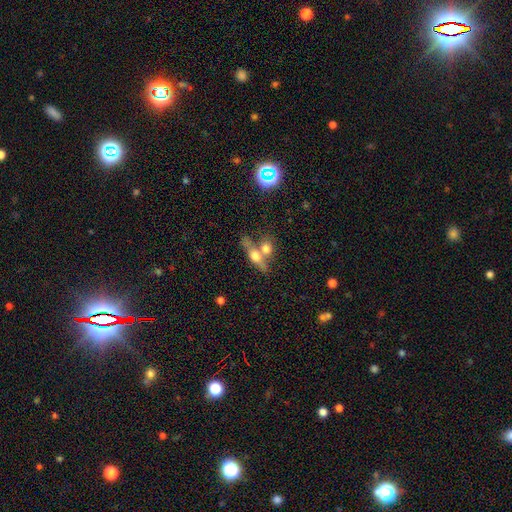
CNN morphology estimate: smooth-or-featured: smooth: 47% | featured or disk: 43% | star or artifact: 11%
  merging: merger: 49% | none: 37% | minor disturbance: 9% | major disturbance: 5%